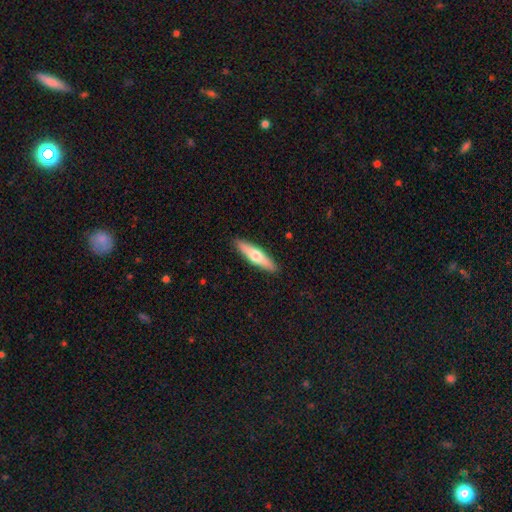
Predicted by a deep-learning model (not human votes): This is possibly a smooth galaxy (54%). How rounded: likely cigar-shaped (76%). Merging: clearly none (91%).